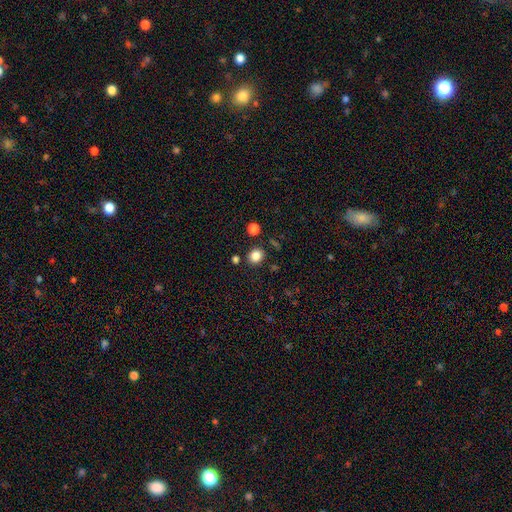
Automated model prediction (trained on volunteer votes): smooth-or-featured: smooth: 84% | star or artifact: 11% | featured or disk: 5%
  how-rounded: round: 71% | in between: 28% | cigar-shaped: 1%
  merging: none: 85% | minor disturbance: 8% | merger: 4% | major disturbance: 3%